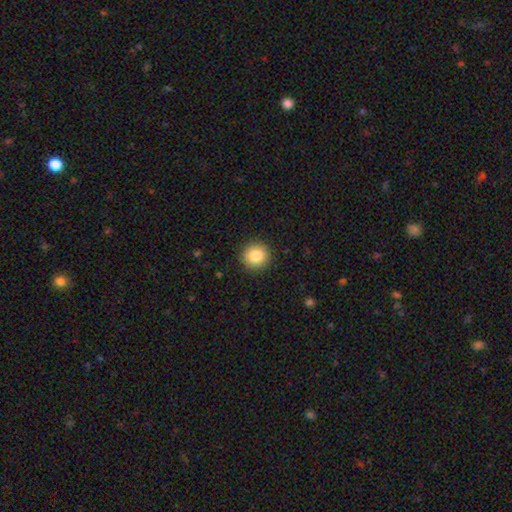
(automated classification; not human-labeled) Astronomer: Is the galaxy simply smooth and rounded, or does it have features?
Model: smooth — 84%.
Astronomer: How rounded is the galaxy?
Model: round — 94%.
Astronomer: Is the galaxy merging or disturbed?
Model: none — 92%.